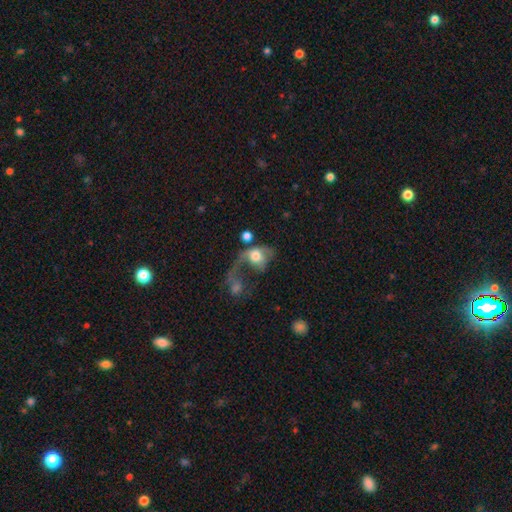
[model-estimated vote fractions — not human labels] Overall: smooth (50%; featured or disk 42%). Merging: major disturbance (54%; merger 24%).